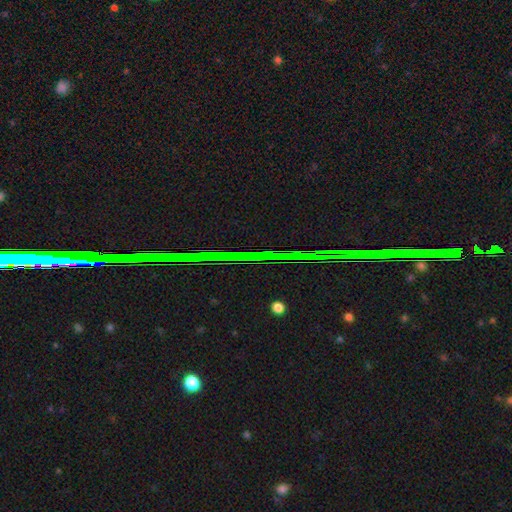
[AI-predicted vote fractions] smooth-or-featured: star or artifact: 84% | featured or disk: 9% | smooth: 7%